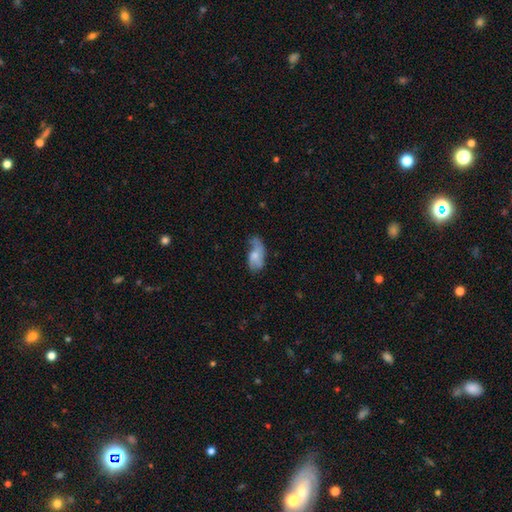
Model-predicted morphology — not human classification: Smooth or featured? Predicted: smooth (p=0.49). Merging? Predicted: none (p=0.36).